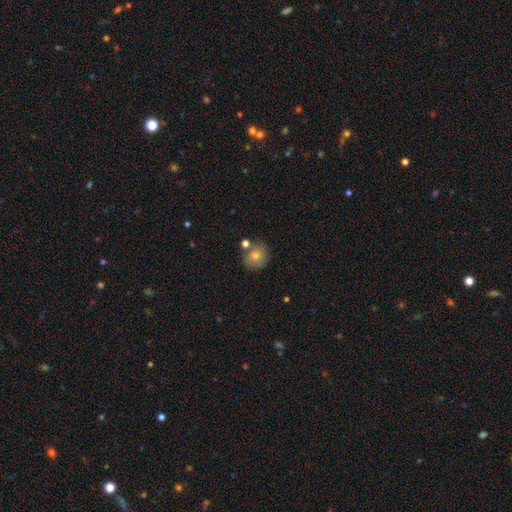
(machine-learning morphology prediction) A smooth galaxy with no disk features (79%) that is round (81%). Merging: none (68%).